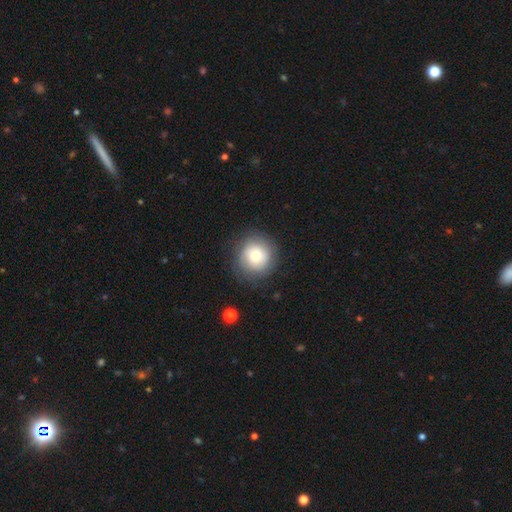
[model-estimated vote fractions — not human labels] Q: Smooth or featured?
A: smooth (69%); runner-up: featured or disk (22%)
Q: How rounded?
A: round (93%); runner-up: in between (6%)
Q: Merging?
A: none (82%); runner-up: minor disturbance (12%)